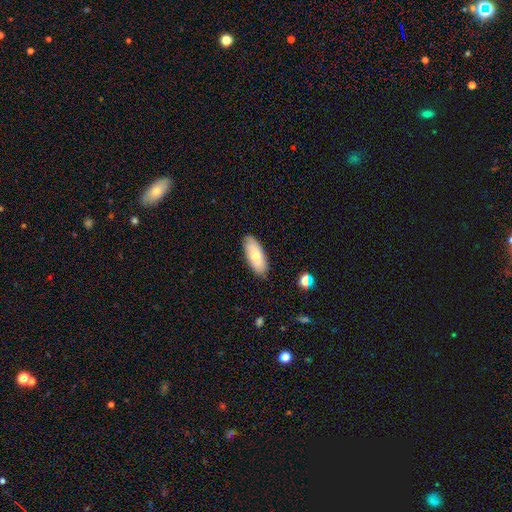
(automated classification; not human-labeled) smooth_or_featured: smooth (p=0.74) [alt: featured or disk p=0.20]
how_rounded: in between (p=0.79) [alt: cigar-shaped p=0.19]
merging: none (p=0.87) [alt: minor disturbance p=0.10]